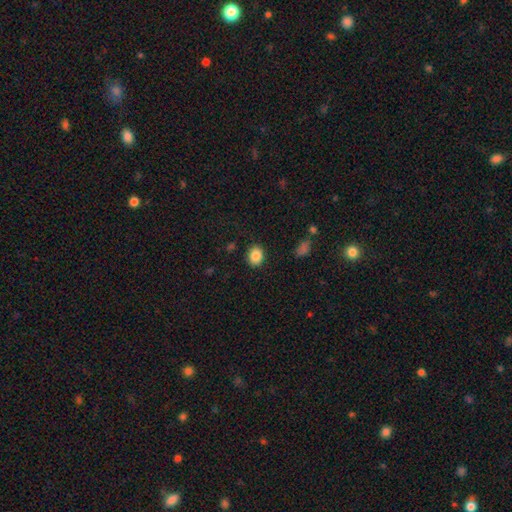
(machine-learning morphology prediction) Smooth or featured? smooth (86%)
How rounded? round (51%)
Merging? none (88%)